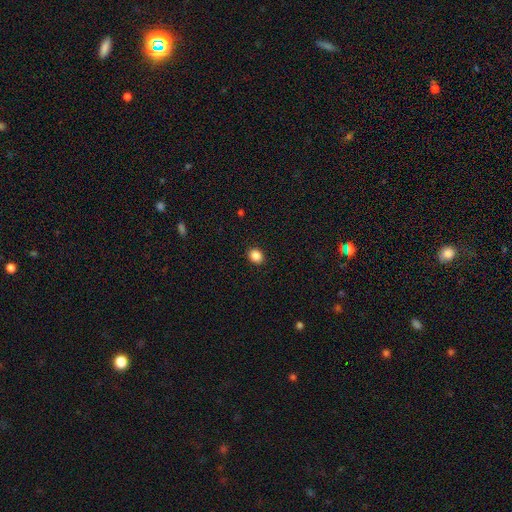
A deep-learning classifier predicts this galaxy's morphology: This is clearly a smooth galaxy (86%). How rounded: likely round (62%). Merging: clearly none (91%).